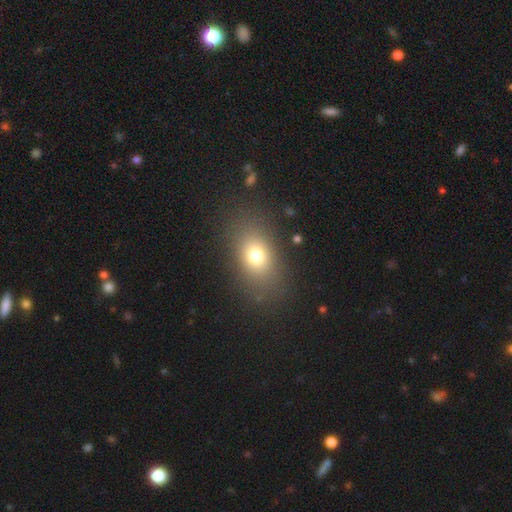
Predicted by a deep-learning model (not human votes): Overall: smooth (74%). How rounded: in between (74%). Merging: none (82%).